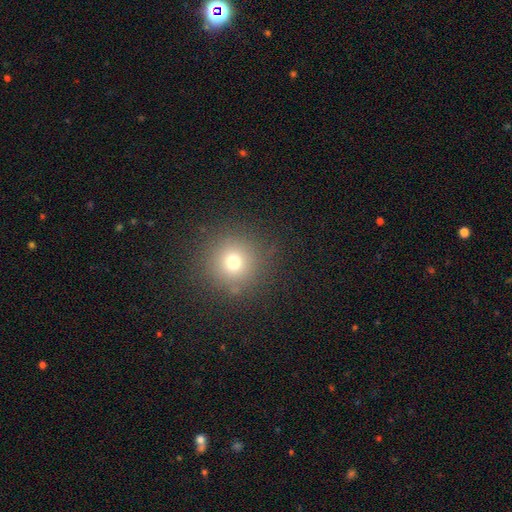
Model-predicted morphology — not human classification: Smooth or featured? smooth (66%)
How rounded? round (96%)
Merging? none (92%)